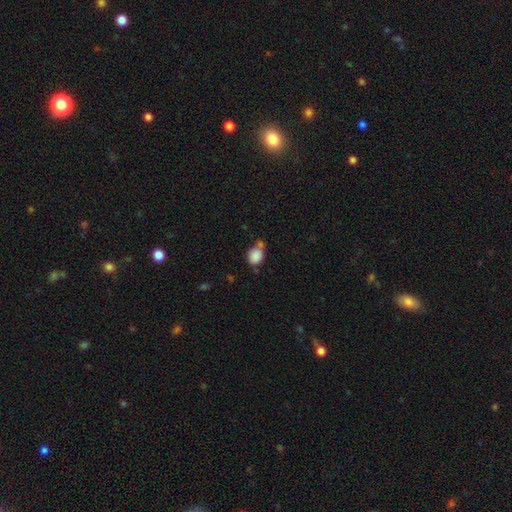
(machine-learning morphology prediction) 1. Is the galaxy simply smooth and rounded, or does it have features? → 86% smooth, 9% star or artifact, 5% featured or disk.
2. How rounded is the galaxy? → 61% round, 38% in between, 1% cigar-shaped.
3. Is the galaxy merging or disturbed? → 54% none, 22% merger, 19% minor disturbance, 6% major disturbance.